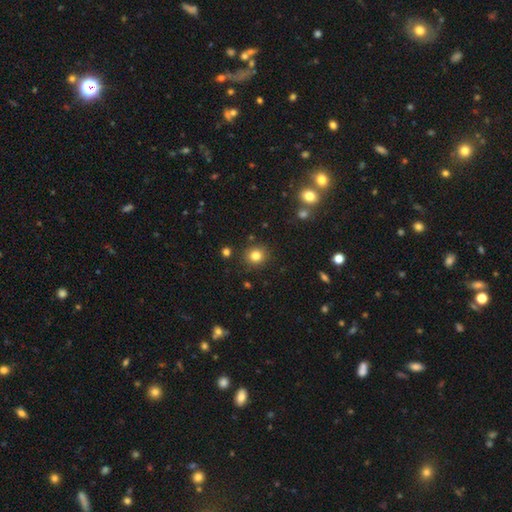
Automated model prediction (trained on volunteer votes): Smooth or featured? Predicted: smooth (p=0.81). How rounded? Predicted: round (p=0.88). Merging? Predicted: none (p=0.88).